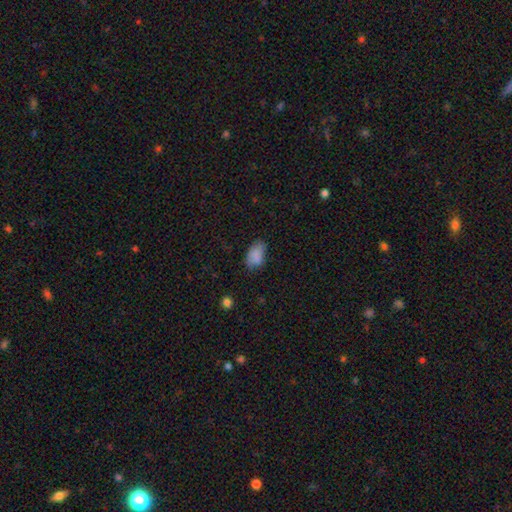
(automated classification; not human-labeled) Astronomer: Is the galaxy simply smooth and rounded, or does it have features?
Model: smooth — 84%.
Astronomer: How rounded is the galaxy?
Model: in between — 92%.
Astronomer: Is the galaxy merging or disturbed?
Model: none — 64%.